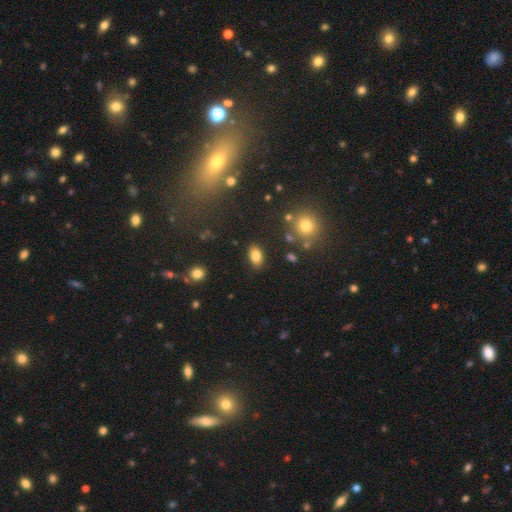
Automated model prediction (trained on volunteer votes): Smooth or featured?
  - smooth: 82% *
  - star or artifact: 9%
  - featured or disk: 8%
How rounded?
  - in between: 89% *
  - round: 9%
  - cigar-shaped: 2%
Merging?
  - none: 85% *
  - minor disturbance: 10%
  - major disturbance: 3%
  - merger: 2%